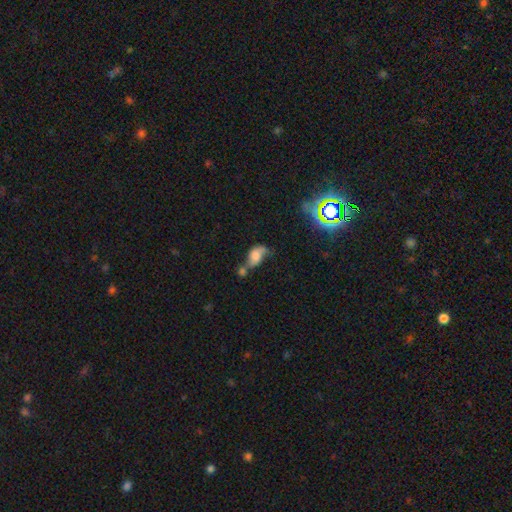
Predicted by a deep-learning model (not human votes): smooth 49%, featured or disk 37%, star or artifact 14%. Down the decision tree: merging — merger (44%).